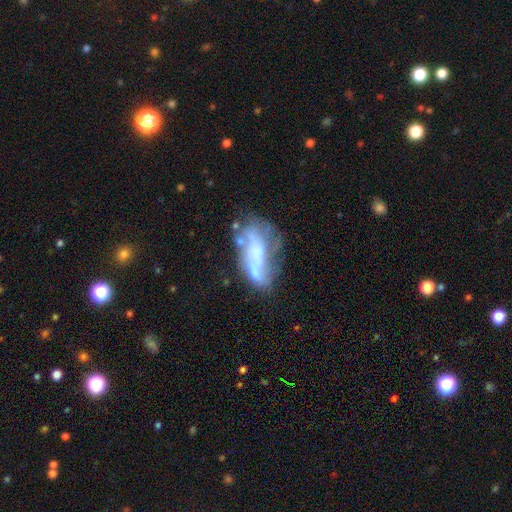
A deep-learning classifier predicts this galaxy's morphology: Q: Smooth or featured?
A: featured or disk (61%); runner-up: smooth (29%)
Q: Edge-on disk?
A: no (89%); runner-up: yes (11%)
Q: Bar?
A: no (65%); runner-up: weak (21%)
Q: Spiral arms?
A: no (61%); runner-up: yes (39%)
Q: Bulge size?
A: none (33%); runner-up: moderate (27%)
Q: Merging?
A: none (37%); runner-up: major disturbance (26%)